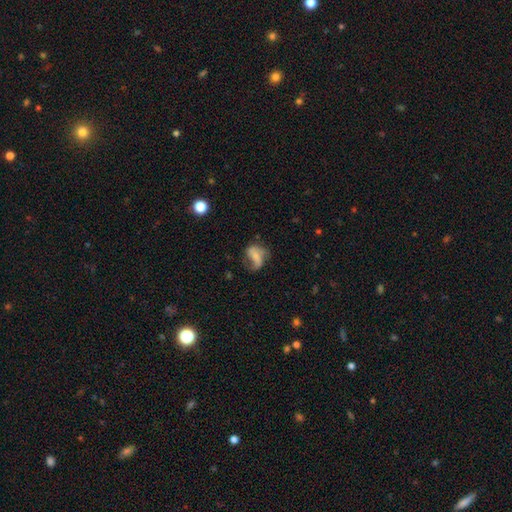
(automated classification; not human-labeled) The model was most divided on "bar": no: 45%, weak: 33%, strong: 22%. Remaining: edge-on disk — no (97%); spiral arms — yes (80%); smooth or featured — featured or disk (55%); bulge size — small (50%); merging — none (43%).